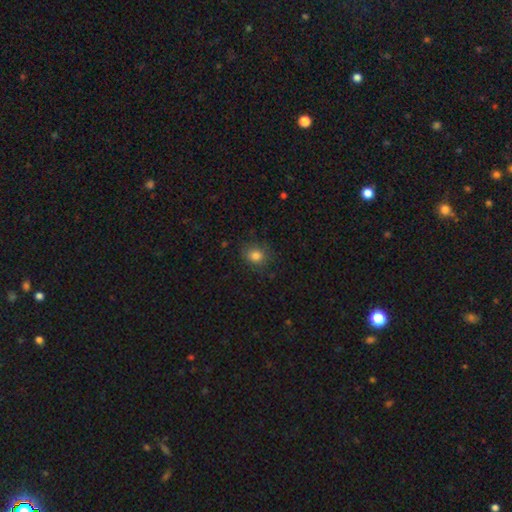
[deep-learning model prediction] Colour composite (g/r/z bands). It shows a smooth galaxy with no disk features (83%) that is round (67%). Merging: none (83%).